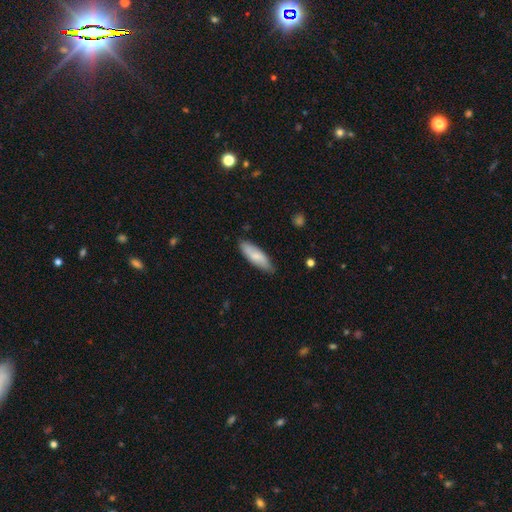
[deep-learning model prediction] This is likely a smooth galaxy (75%). How rounded: likely in between (62%). Merging: likely none (80%).